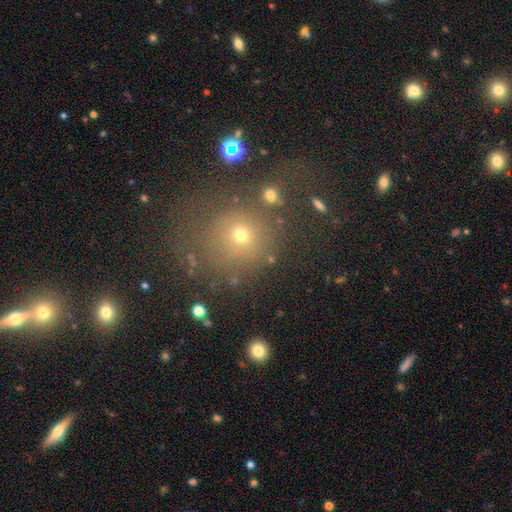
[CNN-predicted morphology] The model was most divided on "smooth or featured": smooth: 56%, star or artifact: 30%, featured or disk: 14%. More confident: how rounded — round (85%); merging — none (70%).